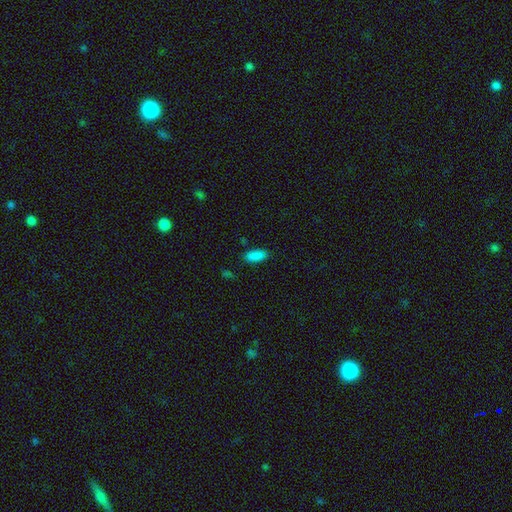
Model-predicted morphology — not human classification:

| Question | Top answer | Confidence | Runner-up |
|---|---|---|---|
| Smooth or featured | smooth | 88% | star or artifact (9%) |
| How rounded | in between | 83% | cigar-shaped (15%) |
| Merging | none | 86% | minor disturbance (10%) |